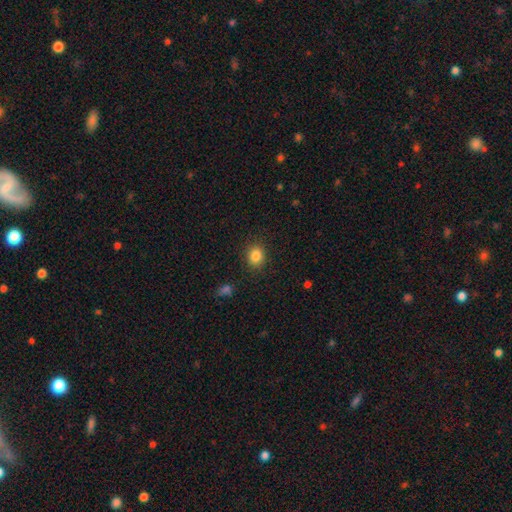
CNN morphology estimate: smooth-or-featured: smooth: 84% | star or artifact: 11% | featured or disk: 5%
  how-rounded: round: 66% | in between: 33% | cigar-shaped: 1%
  merging: none: 88% | minor disturbance: 8% | major disturbance: 3% | merger: 1%